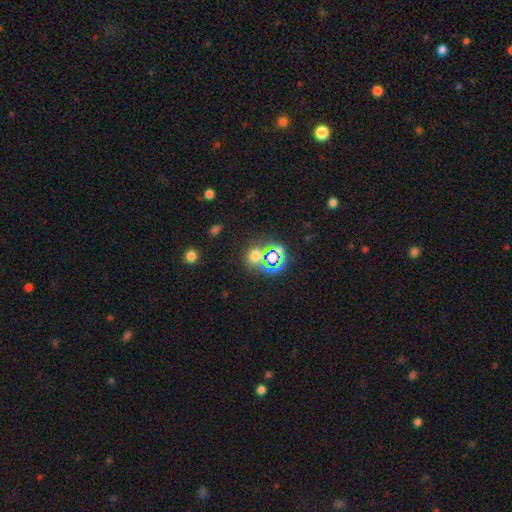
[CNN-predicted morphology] smooth 49%, star or artifact 43%, featured or disk 8%. Down the decision tree: merging — none (71%).